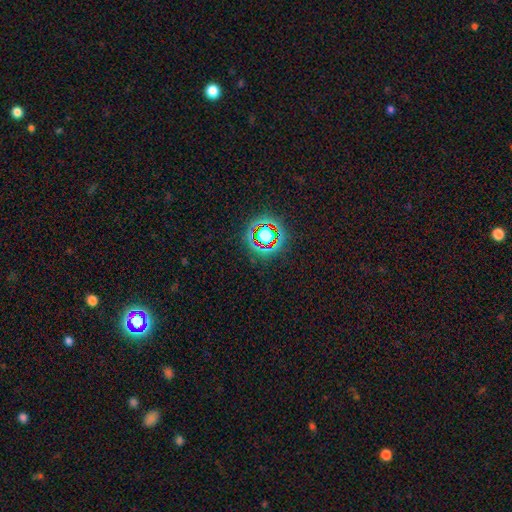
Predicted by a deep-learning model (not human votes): The model was most divided on "smooth or featured": star or artifact: 75%, smooth: 16%, featured or disk: 8%.